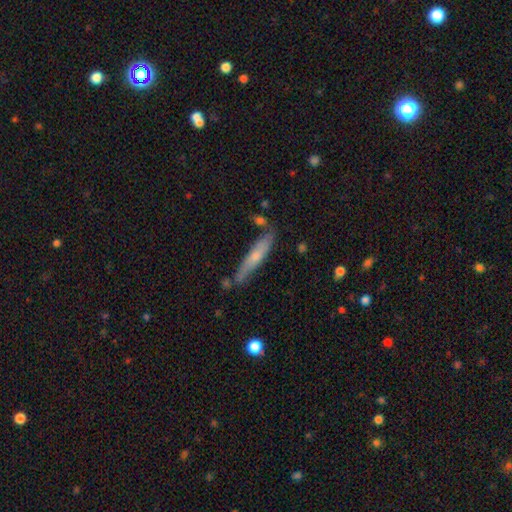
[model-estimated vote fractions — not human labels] Smooth or featured? smooth (53%)
How rounded? cigar-shaped (90%)
Merging? none (72%)